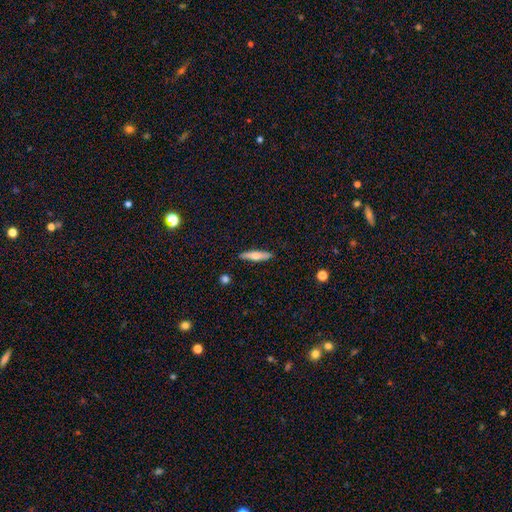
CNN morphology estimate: This is possibly a smooth galaxy (58%). How rounded: likely cigar-shaped (80%). Merging: clearly none (89%).